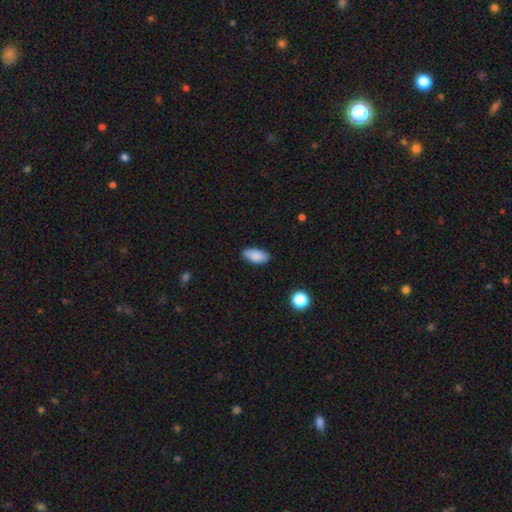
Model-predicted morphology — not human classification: Smooth or featured? Predicted: smooth (p=0.86). How rounded? Predicted: in between (p=0.91). Merging? Predicted: none (p=0.85).